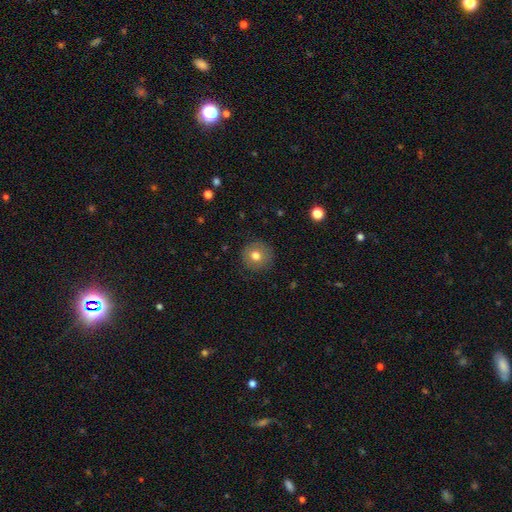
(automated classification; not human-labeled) Smooth or featured?
  - smooth: 75% *
  - featured or disk: 15%
  - star or artifact: 10%
How rounded?
  - round: 94% *
  - in between: 5%
  - cigar-shaped: 1%
Merging?
  - none: 89% *
  - minor disturbance: 7%
  - major disturbance: 3%
  - merger: 1%